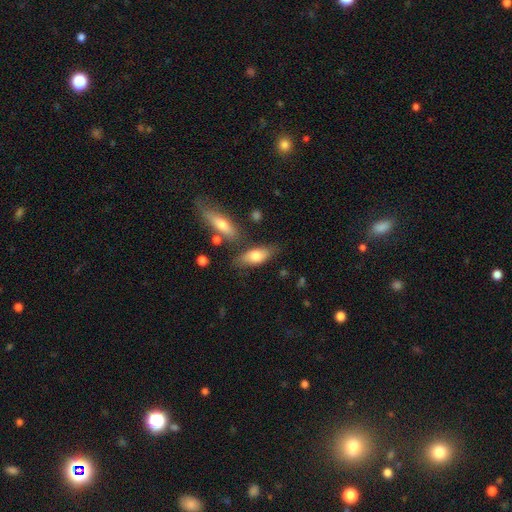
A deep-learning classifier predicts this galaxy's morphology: The model was most divided on "merging": none: 68%, minor disturbance: 18%, merger: 9%, major disturbance: 5%. More confident: how rounded — in between (80%); smooth or featured — smooth (73%).